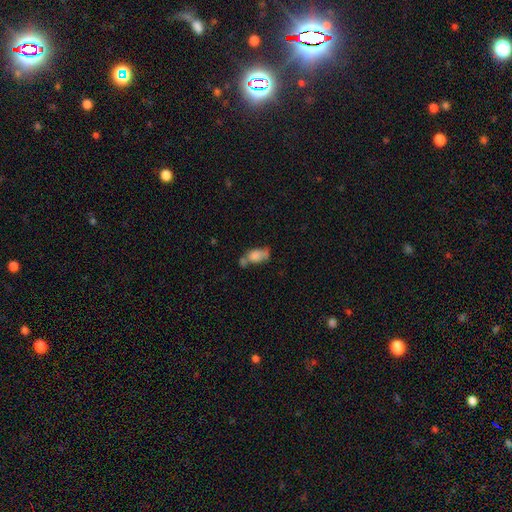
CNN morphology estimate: smooth 71%, featured or disk 19%, star or artifact 10%. Down the decision tree: how rounded — in between (83%); merging — merger (44%).